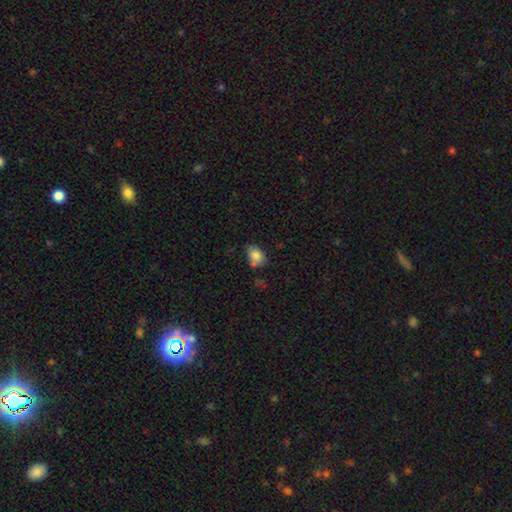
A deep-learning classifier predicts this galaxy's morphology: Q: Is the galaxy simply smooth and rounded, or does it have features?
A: smooth — 83%.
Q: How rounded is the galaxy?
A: in between — 79%.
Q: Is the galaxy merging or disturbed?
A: none — 54%.